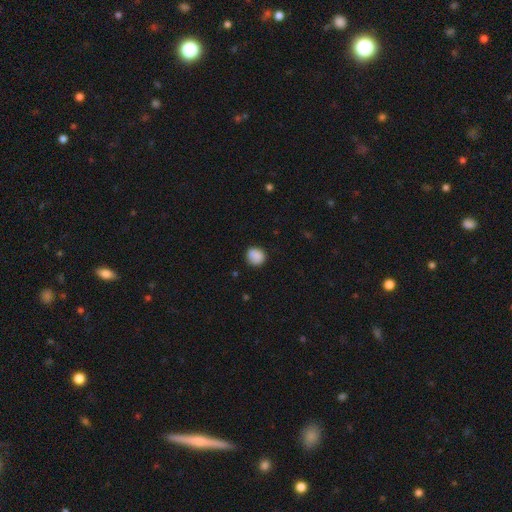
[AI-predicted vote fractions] smooth 86%, star or artifact 9%, featured or disk 5%. Down the decision tree: how rounded — round (84%); merging — none (80%).